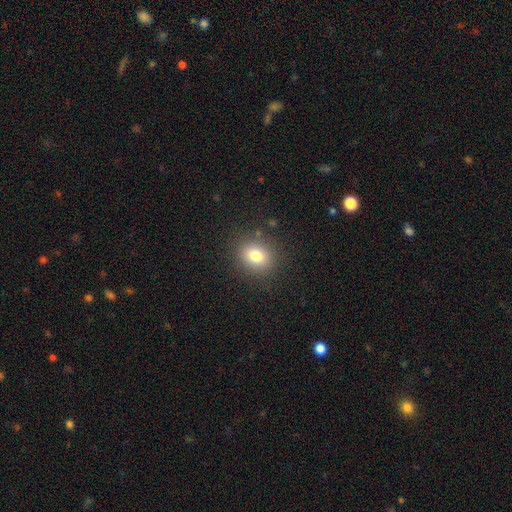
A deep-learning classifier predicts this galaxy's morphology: A smooth galaxy with no disk features (80%) that is round (58%).

Vote fractions:
- Smooth or featured? smooth: 80% / star or artifact: 12% / featured or disk: 9%
- How rounded? round: 58% / in between: 41% / cigar-shaped: 1%
- Merging? none: 86% / minor disturbance: 9% / major disturbance: 4% / merger: 1%